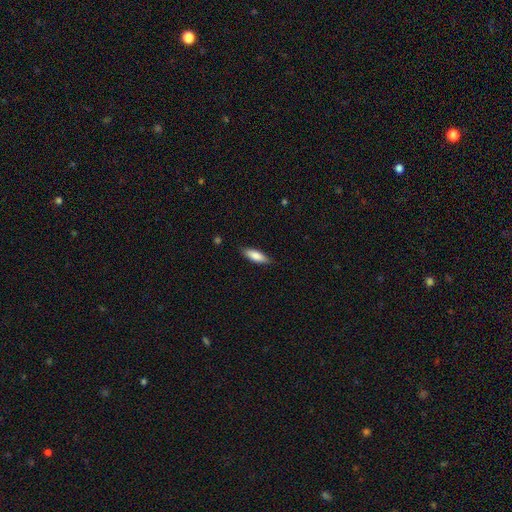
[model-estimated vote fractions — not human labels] smooth_or_featured: smooth (p=0.82) [alt: featured or disk p=0.12]
how_rounded: in between (p=0.56) [alt: cigar-shaped p=0.42]
merging: none (p=0.84) [alt: minor disturbance p=0.13]